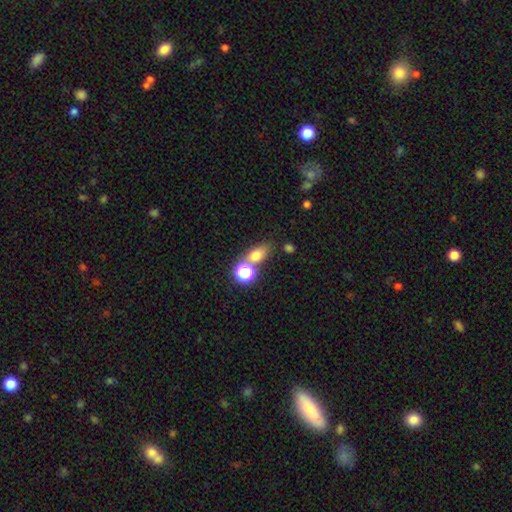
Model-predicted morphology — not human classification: This appears to be a smooth galaxy with no disk features (69%) that is in between round and cigar-shaped (62%). Merging: none (55%).